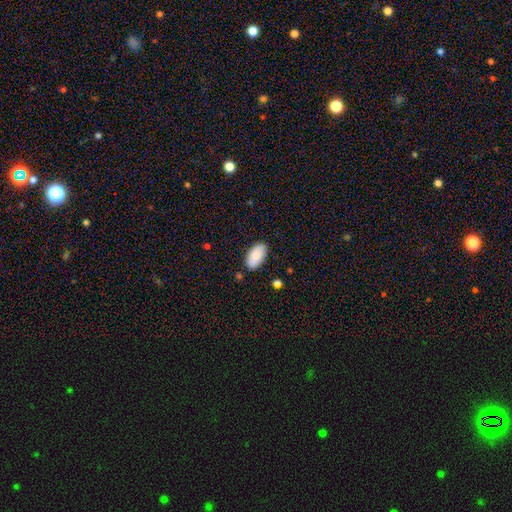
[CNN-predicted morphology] A smooth galaxy with no disk features (87%) that is in between round and cigar-shaped (95%). Merging: none (84%).